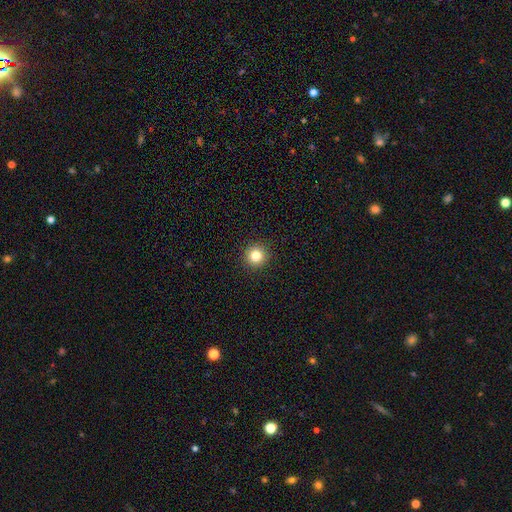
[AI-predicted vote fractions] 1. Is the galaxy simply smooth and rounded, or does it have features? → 82% smooth, 12% star or artifact, 6% featured or disk.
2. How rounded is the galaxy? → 95% round, 4% in between, 1% cigar-shaped.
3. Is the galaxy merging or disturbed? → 93% none, 5% minor disturbance, 2% major disturbance, 1% merger.